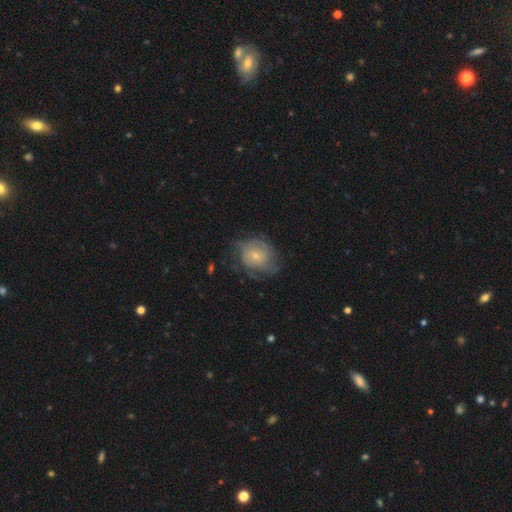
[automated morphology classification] The model was most divided on "smooth or featured": featured or disk: 51%, smooth: 41%, star or artifact: 8%. More confident: edge-on disk — no (97%); merging — none (53%).